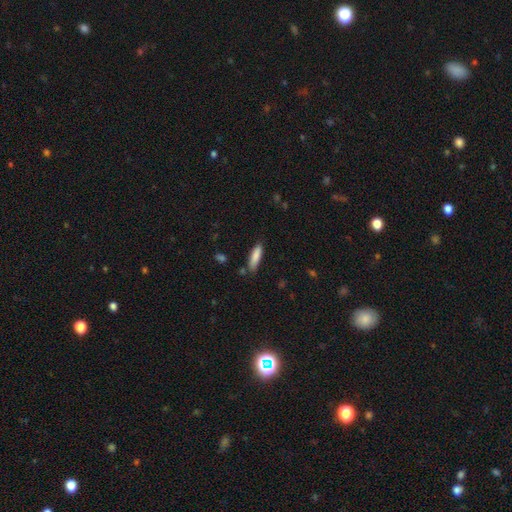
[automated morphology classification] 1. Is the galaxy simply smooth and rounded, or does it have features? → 86% smooth, 8% featured or disk, 6% star or artifact.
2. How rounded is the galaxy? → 62% cigar-shaped, 37% in between, 1% round.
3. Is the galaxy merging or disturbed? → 79% none, 15% minor disturbance, 3% merger, 3% major disturbance.